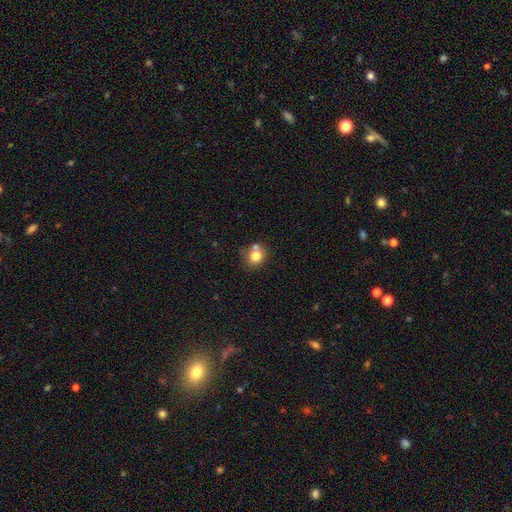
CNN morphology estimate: A smooth galaxy with no disk features (77%) that is round (80%).

Vote fractions:
- Smooth or featured? smooth: 77% / featured or disk: 12% / star or artifact: 11%
- How rounded? round: 80% / in between: 20% / cigar-shaped: 1%
- Merging? none: 54% / merger: 31% / minor disturbance: 11% / major disturbance: 4%